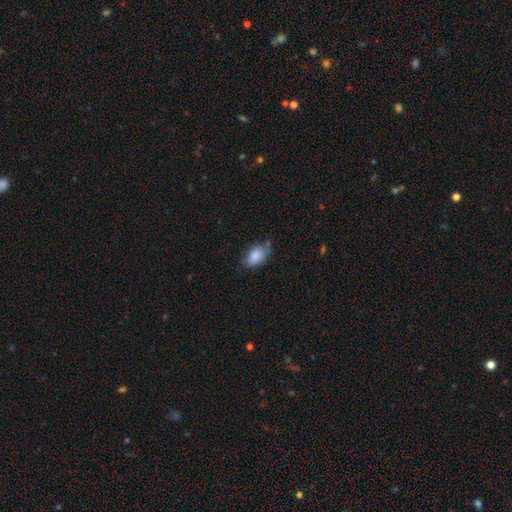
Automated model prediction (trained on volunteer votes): smooth-or-featured: smooth: 86% | featured or disk: 7% | star or artifact: 7%
  how-rounded: in between: 92% | round: 6% | cigar-shaped: 2%
  merging: none: 64% | minor disturbance: 27% | major disturbance: 5% | merger: 4%